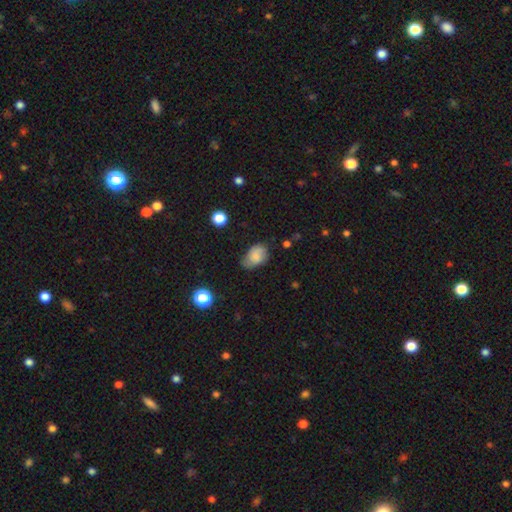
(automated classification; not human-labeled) Q: Smooth or featured?
A: smooth (71%); runner-up: featured or disk (19%)
Q: How rounded?
A: in between (82%); runner-up: round (16%)
Q: Merging?
A: none (52%); runner-up: minor disturbance (36%)